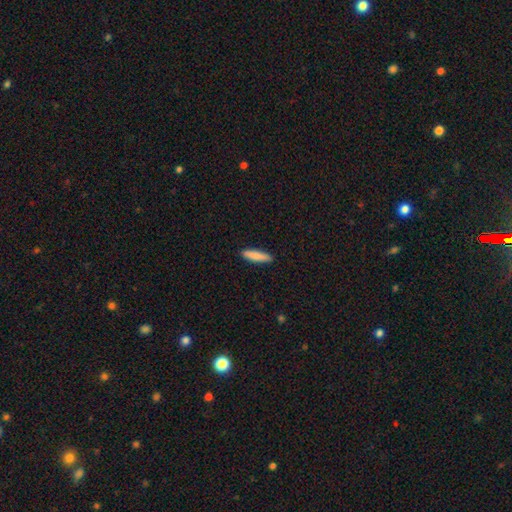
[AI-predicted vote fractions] Smooth or featured: smooth — 85% (featured or disk — 9%)
How rounded: cigar-shaped — 79% (in between — 20%)
Merging: none — 90% (minor disturbance — 8%)